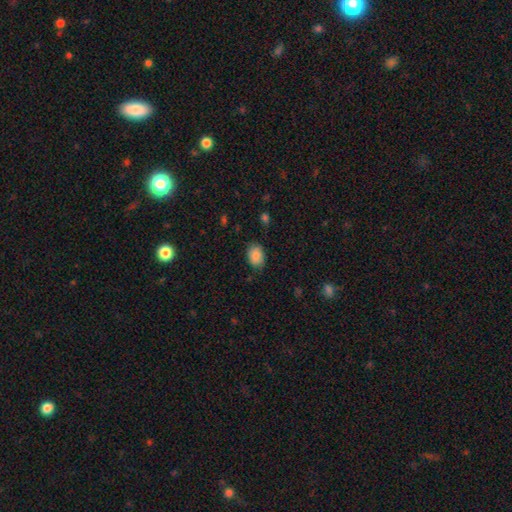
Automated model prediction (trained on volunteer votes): Smooth or featured?
  - smooth: 86% *
  - star or artifact: 8%
  - featured or disk: 6%
How rounded?
  - in between: 80% *
  - round: 19%
  - cigar-shaped: 1%
Merging?
  - none: 77% *
  - minor disturbance: 18%
  - major disturbance: 4%
  - merger: 1%